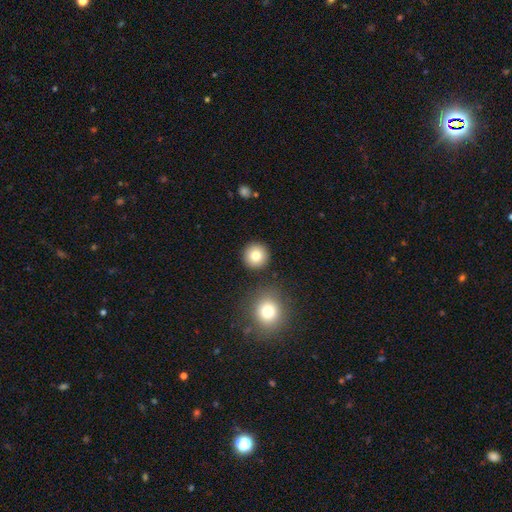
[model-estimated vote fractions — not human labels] smooth-or-featured: smooth: 83% | star or artifact: 10% | featured or disk: 8%
  how-rounded: round: 95% | in between: 4% | cigar-shaped: 1%
  merging: none: 88% | minor disturbance: 6% | merger: 4% | major disturbance: 2%